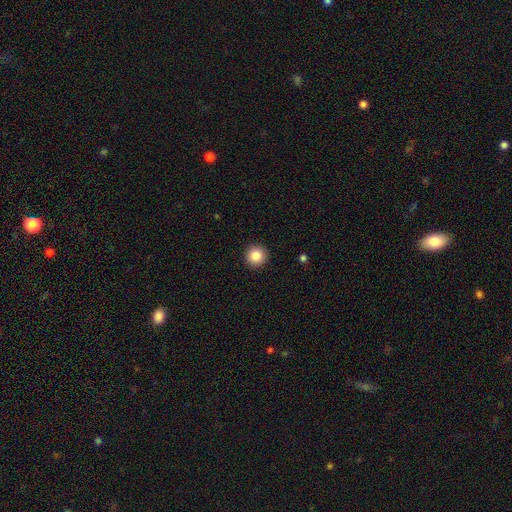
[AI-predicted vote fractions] Smooth or featured? Predicted: smooth (p=0.85). How rounded? Predicted: round (p=0.95). Merging? Predicted: none (p=0.93).